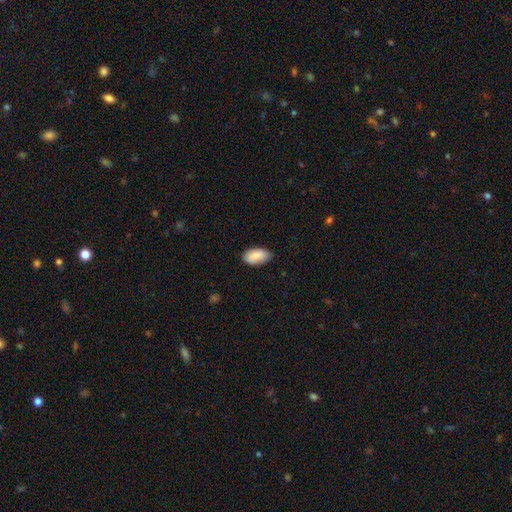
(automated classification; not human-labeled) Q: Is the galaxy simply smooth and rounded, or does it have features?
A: smooth — 87%.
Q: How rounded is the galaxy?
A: in between — 94%.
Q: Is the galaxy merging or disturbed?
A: none — 73%.